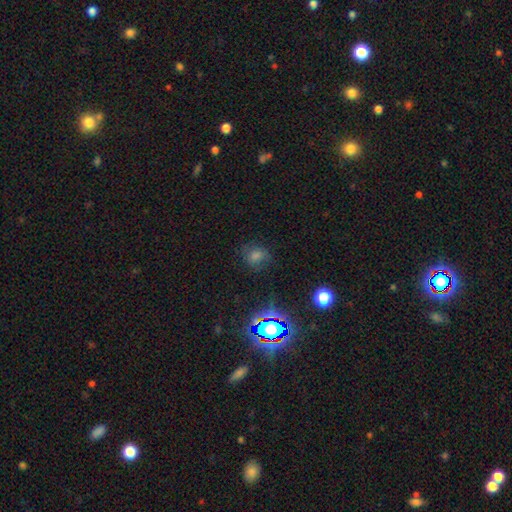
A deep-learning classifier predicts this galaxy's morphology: smooth_or_featured: smooth (p=0.53) [alt: star or artifact p=0.35]
how_rounded: round (p=0.64) [alt: in between p=0.34]
merging: none (p=0.75) [alt: minor disturbance p=0.16]